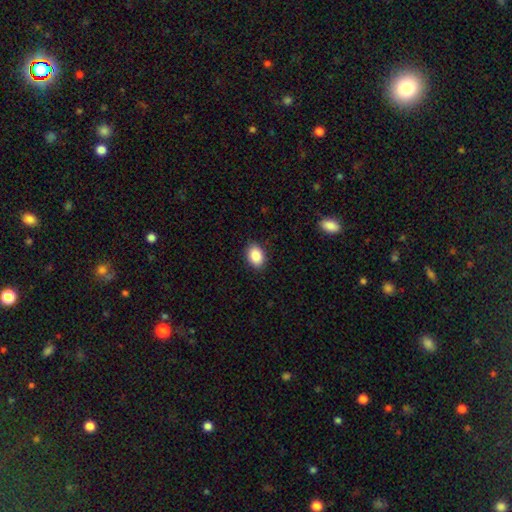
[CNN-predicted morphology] This is clearly a smooth galaxy (88%). How rounded: clearly in between (81%). Merging: clearly none (88%).